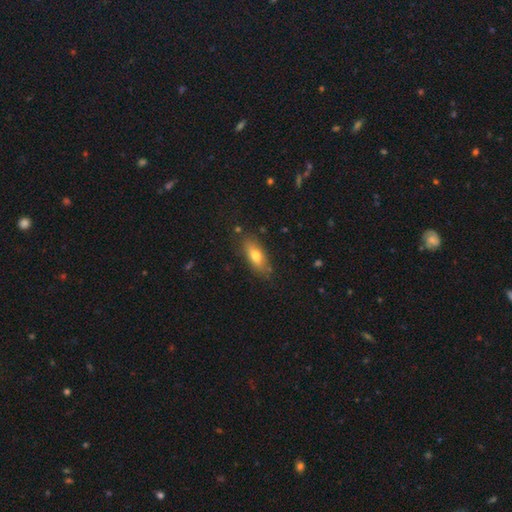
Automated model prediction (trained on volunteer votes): smooth-or-featured: smooth: 71% | featured or disk: 22% | star or artifact: 7%
  how-rounded: in between: 75% | cigar-shaped: 22% | round: 3%
  merging: none: 78% | minor disturbance: 16% | major disturbance: 4% | merger: 2%